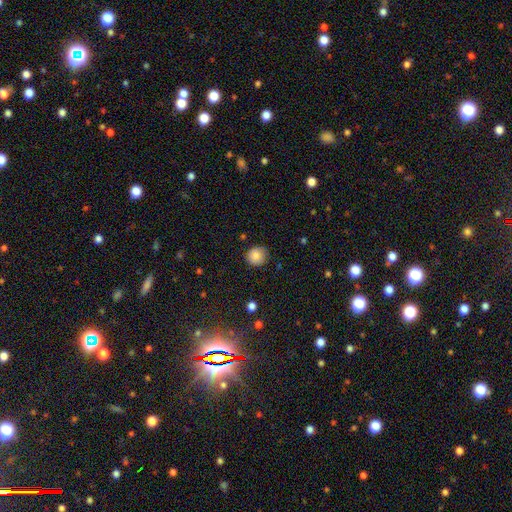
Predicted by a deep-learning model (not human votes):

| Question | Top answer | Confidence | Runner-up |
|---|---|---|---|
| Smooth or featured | smooth | 84% | star or artifact (9%) |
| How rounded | round | 89% | in between (10%) |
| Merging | none | 84% | minor disturbance (12%) |